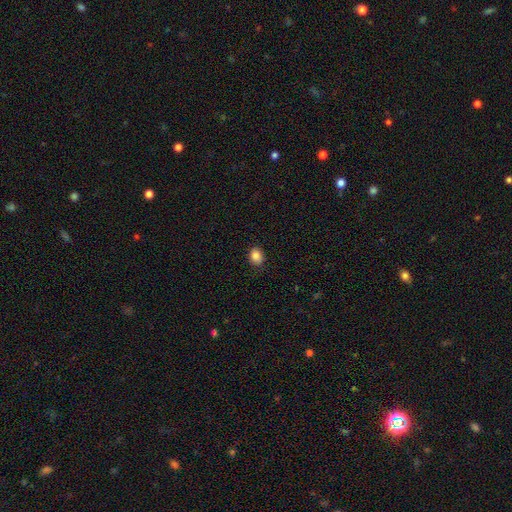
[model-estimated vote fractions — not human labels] The model was most divided on "how rounded": round: 50%, in between: 49%, cigar-shaped: 1%. More confident: smooth or featured — smooth (86%); merging — none (85%).